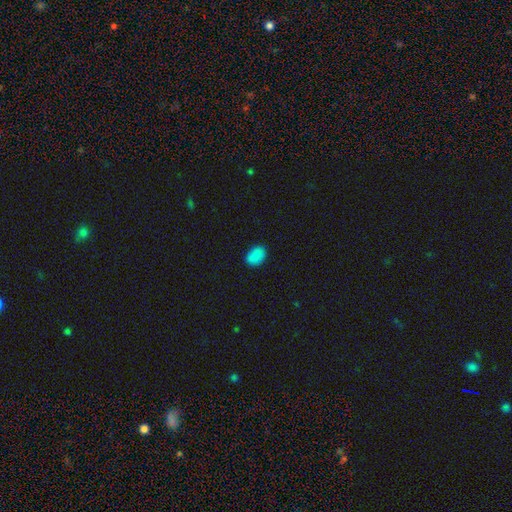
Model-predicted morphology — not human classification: type=smooth (86%); roundness=in between (84%); merging=none (82%).